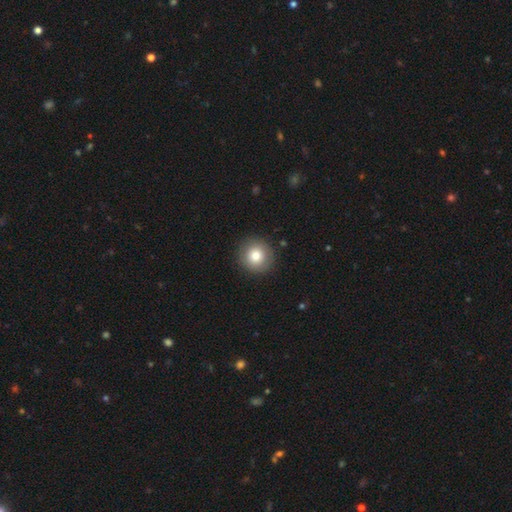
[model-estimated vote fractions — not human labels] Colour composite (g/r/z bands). It shows a smooth galaxy with no disk features (80%) that is round (94%). Merging: none (90%).